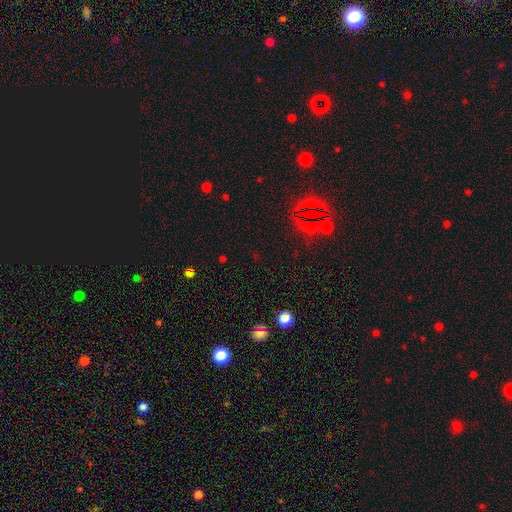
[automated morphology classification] This appears to be a star or artifact, not a galaxy (70%).